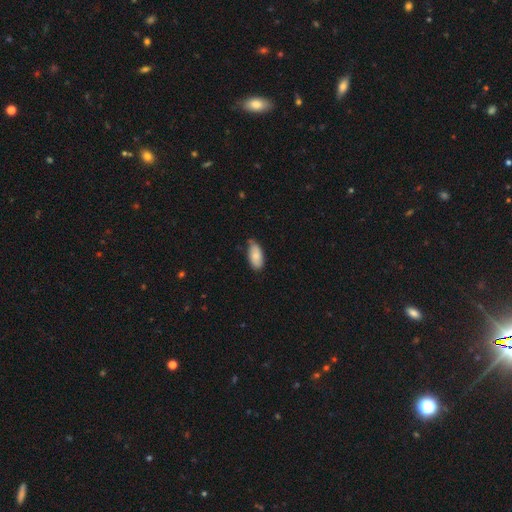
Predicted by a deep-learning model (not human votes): Smooth or featured? smooth (82%)
How rounded? in between (92%)
Merging? none (62%)